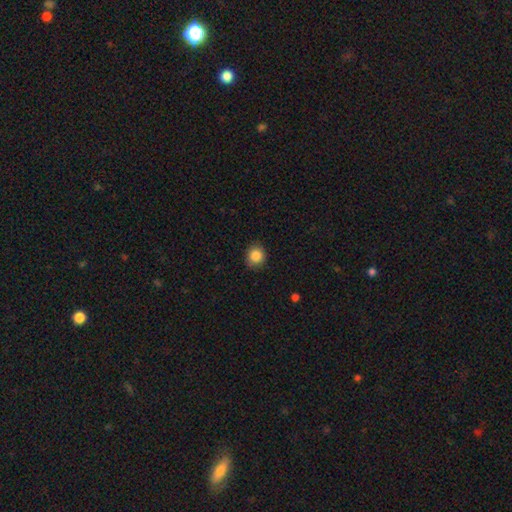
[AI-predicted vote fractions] Overall: smooth (86%). How rounded: round (82%). Merging: none (84%).